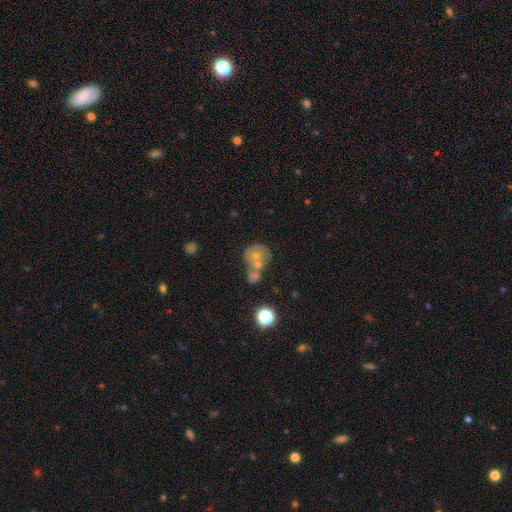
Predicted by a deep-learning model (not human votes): Q: Smooth or featured?
A: featured or disk (46%); runner-up: smooth (37%)
Q: Merging?
A: merger (45%); runner-up: none (36%)